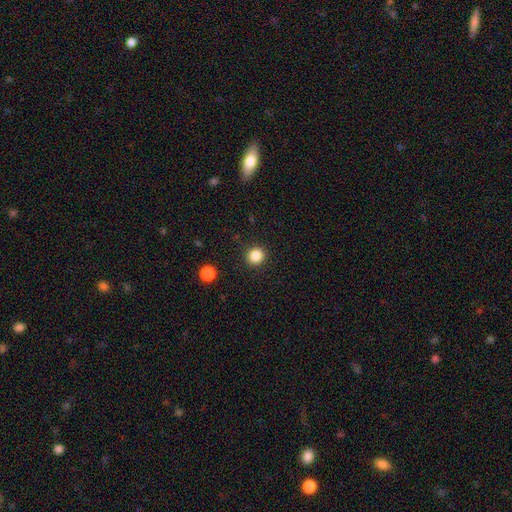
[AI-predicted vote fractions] smooth-or-featured: smooth: 85% | star or artifact: 11% | featured or disk: 4%
  how-rounded: round: 92% | in between: 7% | cigar-shaped: 1%
  merging: none: 92% | minor disturbance: 5% | major disturbance: 2% | merger: 1%